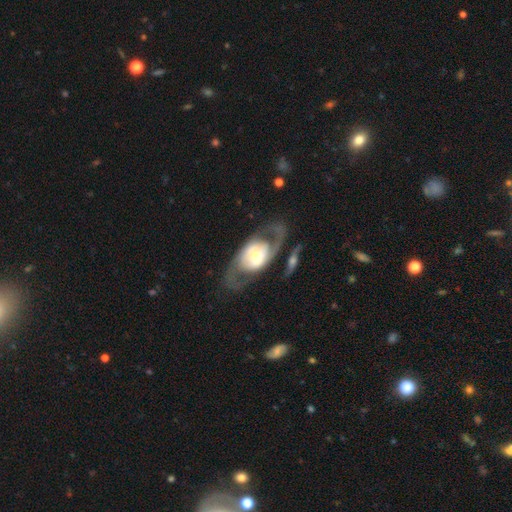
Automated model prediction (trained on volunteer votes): featured or disk 71%, smooth 24%, star or artifact 5%. Down the decision tree: edge-on disk — no (91%); bar — no (58%); spiral arms — yes (65%); bulge size — moderate (49%); merging — none (63%).